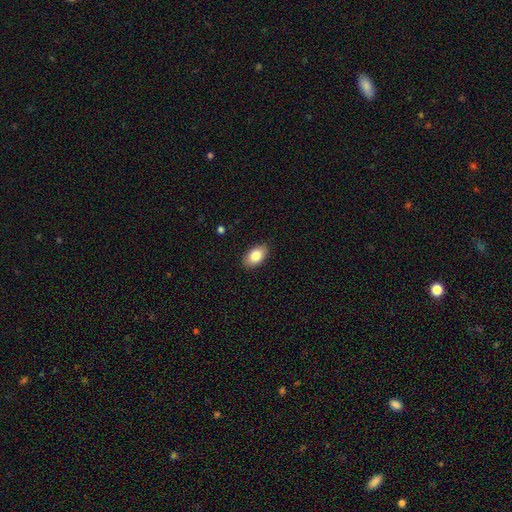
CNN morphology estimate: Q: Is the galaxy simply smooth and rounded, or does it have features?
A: smooth — 83%.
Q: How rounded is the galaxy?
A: in between — 92%.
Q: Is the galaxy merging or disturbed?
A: none — 88%.